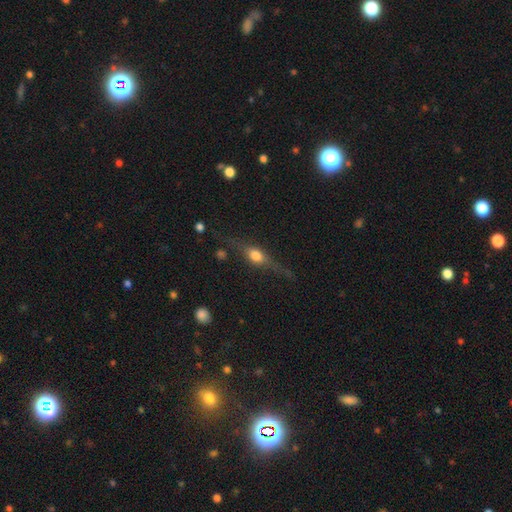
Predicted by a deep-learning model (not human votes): A featured or disk galaxy (62%) viewed edge-on (90%) with a rounded central bulge (92%).

Vote fractions:
- Smooth or featured? featured or disk: 62% / smooth: 29% / star or artifact: 9%
- Edge-on disk? yes: 90% / no: 10%
- Edge-on bulge? rounded: 92% / boxy: 5% / none: 2%
- Merging? none: 73% / minor disturbance: 16% / major disturbance: 8% / merger: 3%